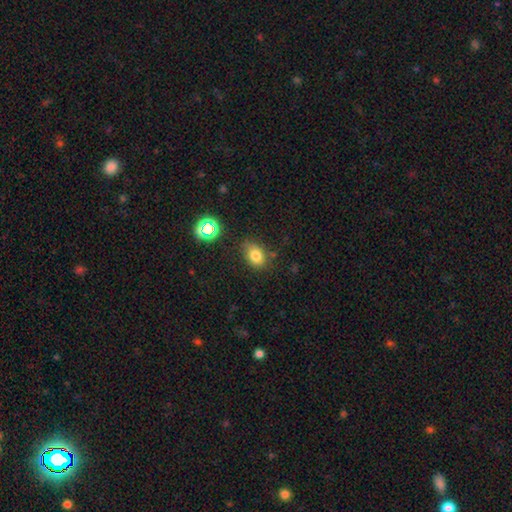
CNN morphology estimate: smooth-or-featured: smooth: 77% | star or artifact: 15% | featured or disk: 9%
  how-rounded: in between: 70% | round: 29% | cigar-shaped: 1%
  merging: none: 72% | minor disturbance: 19% | major disturbance: 5% | merger: 4%